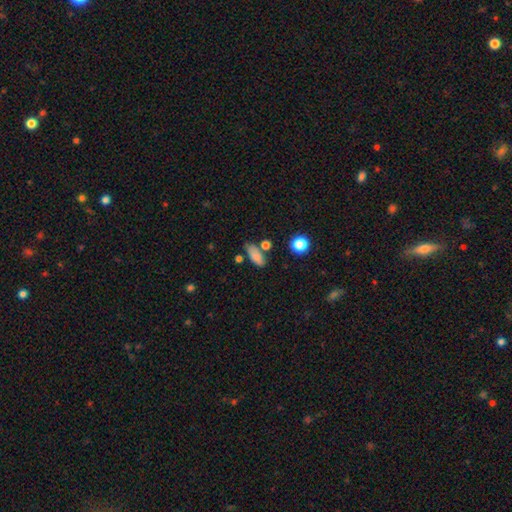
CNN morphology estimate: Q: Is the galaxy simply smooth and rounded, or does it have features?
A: smooth — 80%.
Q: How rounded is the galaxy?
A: in between — 74%.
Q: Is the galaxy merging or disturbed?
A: none — 63%.